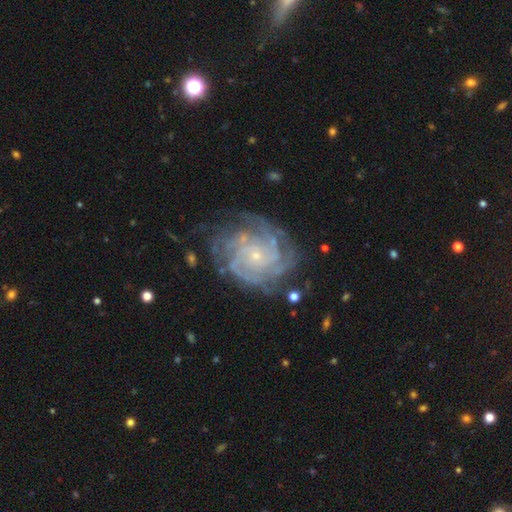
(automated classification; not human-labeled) A featured or disk galaxy (88%) with no bar (77%), 4 (30%) tight (73%) spiral arms (97%) and a small central bulge (84%). Merging: none (73%).